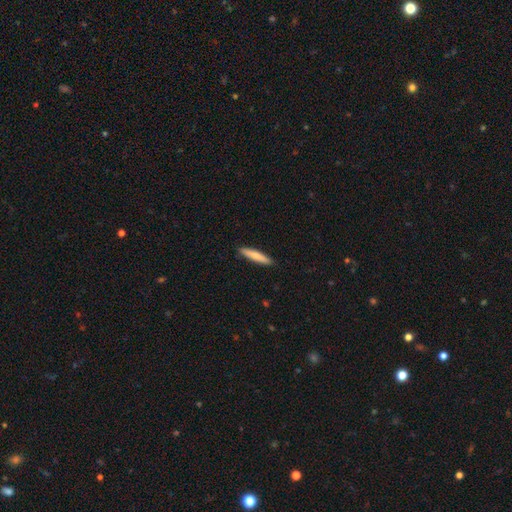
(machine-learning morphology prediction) type=smooth (74%); roundness=cigar-shaped (89%); merging=none (90%).